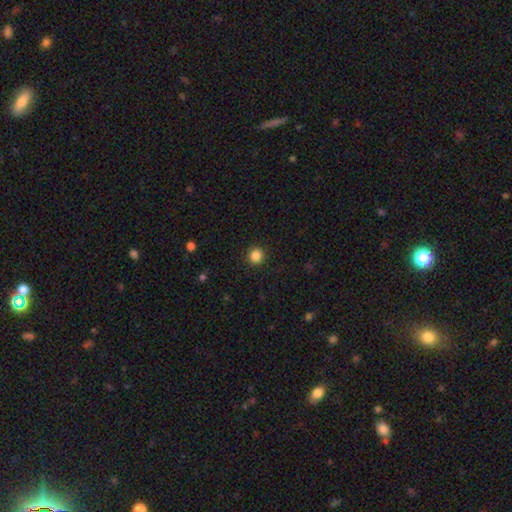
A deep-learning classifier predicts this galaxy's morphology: A smooth galaxy with no disk features (86%) that is round (93%). Merging: none (92%).